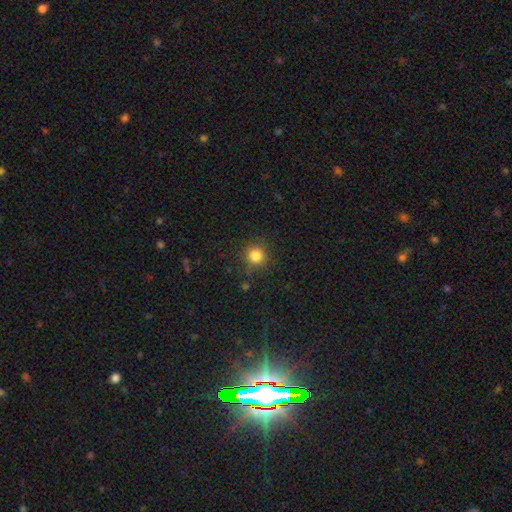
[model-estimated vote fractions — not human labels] The model was most divided on "smooth or featured": smooth: 83%, star or artifact: 12%, featured or disk: 5%. More confident: how rounded — round (93%); merging — none (87%).